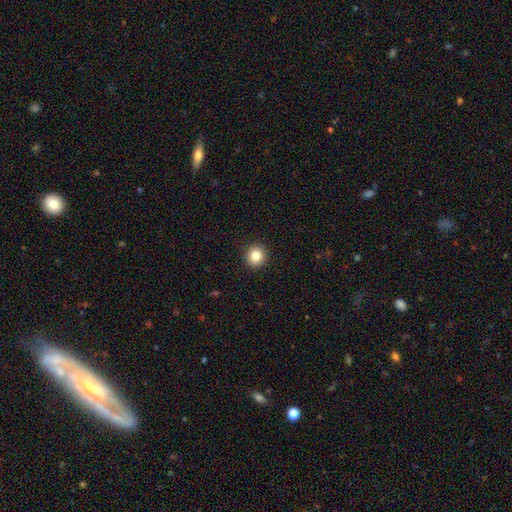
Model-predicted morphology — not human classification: This appears to be a smooth galaxy with no disk features (84%) that is round (90%). Merging: none (93%).